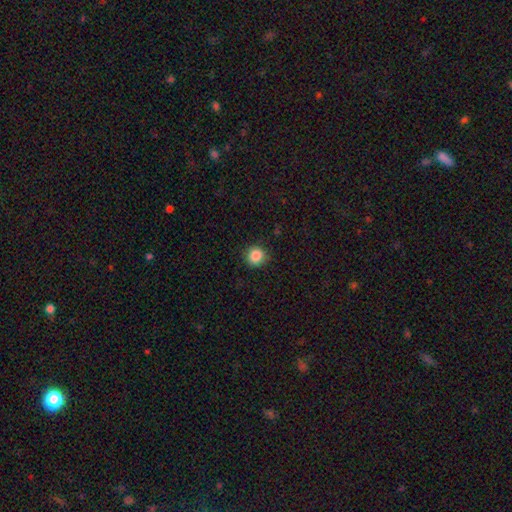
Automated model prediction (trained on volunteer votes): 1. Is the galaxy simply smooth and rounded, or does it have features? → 87% smooth, 10% star or artifact, 4% featured or disk.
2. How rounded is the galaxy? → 91% round, 8% in between, 1% cigar-shaped.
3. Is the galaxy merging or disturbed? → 87% none, 9% minor disturbance, 2% major disturbance, 1% merger.